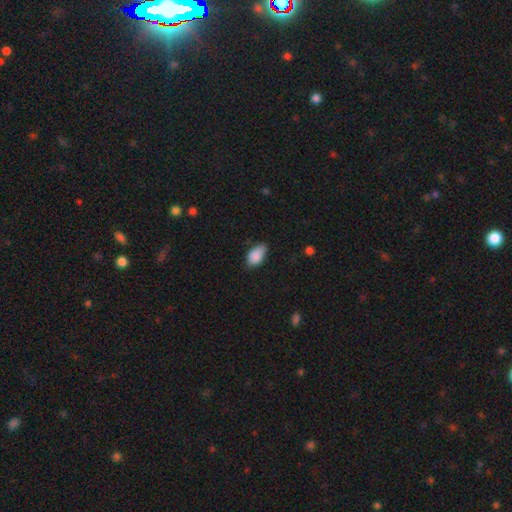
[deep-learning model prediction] This is clearly a smooth galaxy (88%). How rounded: clearly in between (92%). Merging: likely none (63%).